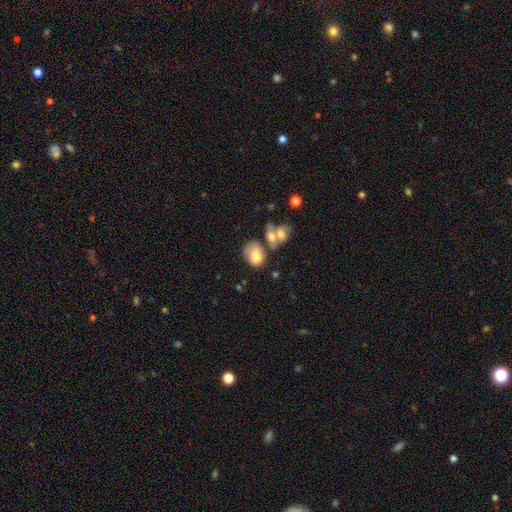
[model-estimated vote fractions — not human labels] Smooth or featured: smooth — 72% (featured or disk — 19%)
How rounded: in between — 74% (round — 25%)
Merging: merger — 41% (none — 25%)